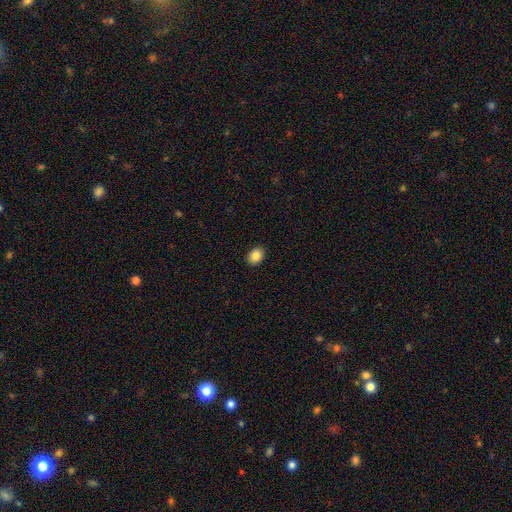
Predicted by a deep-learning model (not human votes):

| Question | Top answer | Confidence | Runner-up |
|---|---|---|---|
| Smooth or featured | smooth | 87% | star or artifact (8%) |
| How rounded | in between | 59% | round (40%) |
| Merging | none | 90% | minor disturbance (7%) |